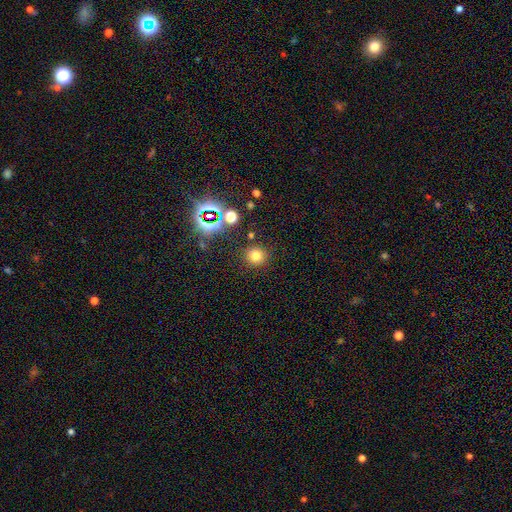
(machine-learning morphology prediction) Smooth or featured? Predicted: smooth (p=0.73). How rounded? Predicted: round (p=0.90). Merging? Predicted: none (p=0.86).